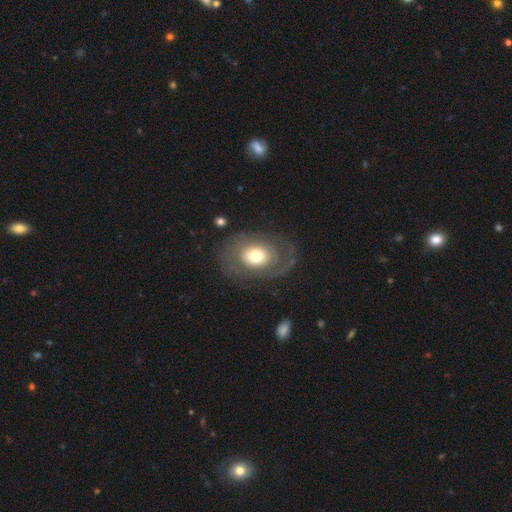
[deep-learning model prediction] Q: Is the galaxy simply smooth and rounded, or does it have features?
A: featured or disk — 53%.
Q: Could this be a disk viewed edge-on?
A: no — 94%.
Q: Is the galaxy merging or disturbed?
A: none — 71%.